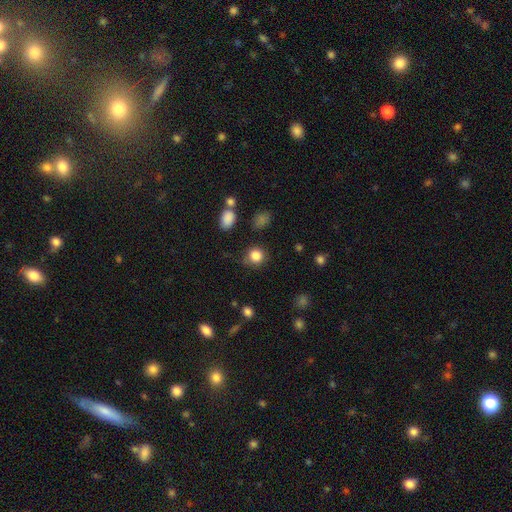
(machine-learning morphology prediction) A smooth galaxy with no disk features (84%) that is round (87%). Merging: none (76%).